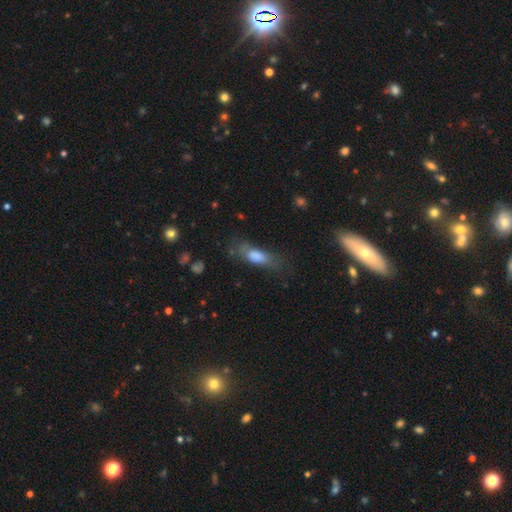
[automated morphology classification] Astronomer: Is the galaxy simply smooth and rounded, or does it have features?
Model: smooth — 70%.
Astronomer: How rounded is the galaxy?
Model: in between — 56% (runner-up: cigar-shaped, 41%).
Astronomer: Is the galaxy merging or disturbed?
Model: none — 57%.